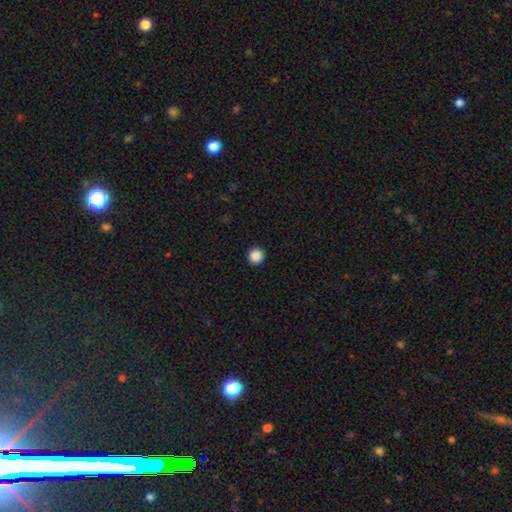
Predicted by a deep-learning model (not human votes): smooth_or_featured: smooth (p=0.88) [alt: star or artifact p=0.10]
how_rounded: round (p=0.96) [alt: in between p=0.03]
merging: none (p=0.94) [alt: minor disturbance p=0.04]